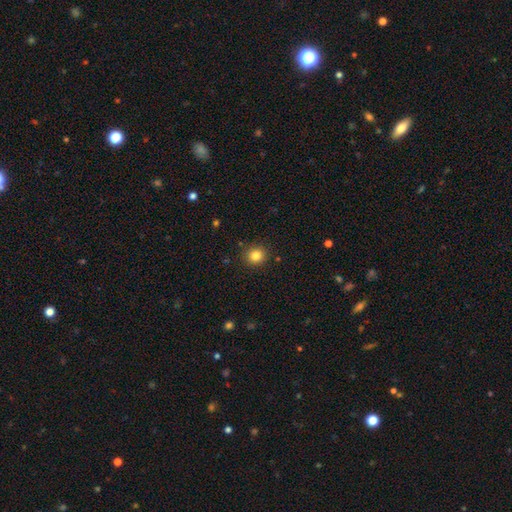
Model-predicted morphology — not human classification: Overall: smooth (83%). How rounded: round (83%). Merging: none (89%).